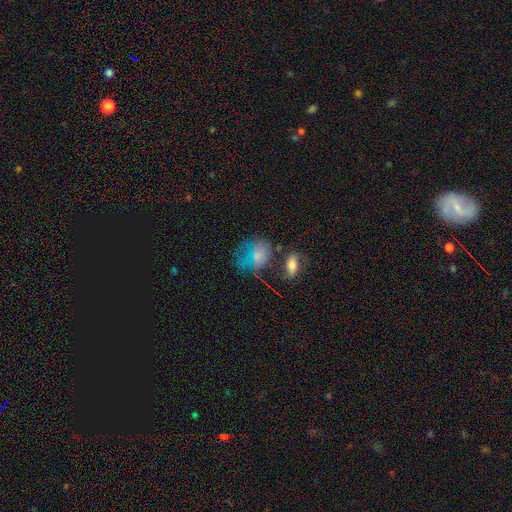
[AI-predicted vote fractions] smooth 66%, featured or disk 18%, star or artifact 16%. Down the decision tree: how rounded — in between (62%); merging — none (35%).